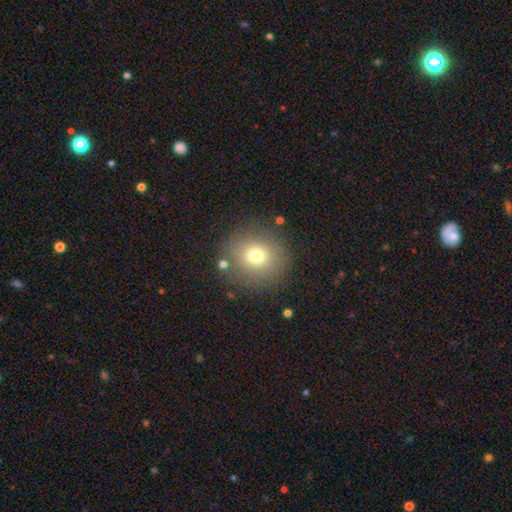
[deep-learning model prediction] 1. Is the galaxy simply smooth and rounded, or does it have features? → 71% smooth, 16% star or artifact, 13% featured or disk.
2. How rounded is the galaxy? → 88% round, 11% in between, 1% cigar-shaped.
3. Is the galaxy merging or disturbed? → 84% none, 9% minor disturbance, 4% major disturbance, 3% merger.